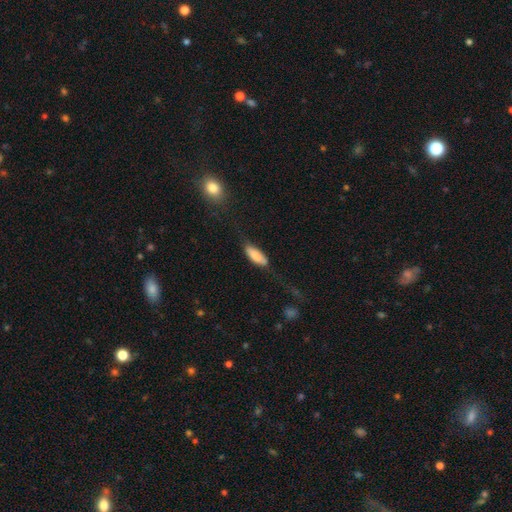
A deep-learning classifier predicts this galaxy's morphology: smooth_or_featured: smooth (p=0.81) [alt: featured or disk p=0.13]
how_rounded: in between (p=0.68) [alt: cigar-shaped p=0.29]
merging: none (p=0.52) [alt: minor disturbance p=0.27]